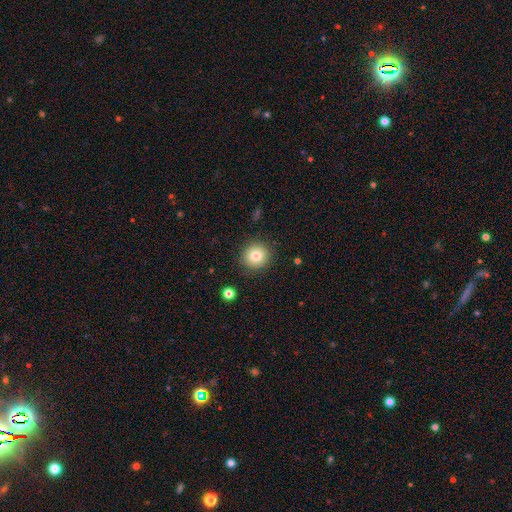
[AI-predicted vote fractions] Smooth or featured: smooth — 79% (star or artifact — 11%)
How rounded: round — 92% (in between — 7%)
Merging: none — 89% (minor disturbance — 7%)